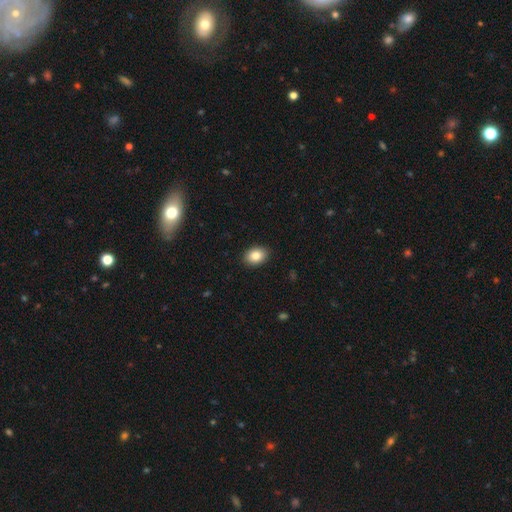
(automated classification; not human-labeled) Smooth or featured?
  - smooth: 84% *
  - star or artifact: 9%
  - featured or disk: 7%
How rounded?
  - in between: 74% *
  - round: 25%
  - cigar-shaped: 1%
Merging?
  - none: 90% *
  - minor disturbance: 7%
  - major disturbance: 2%
  - merger: 1%